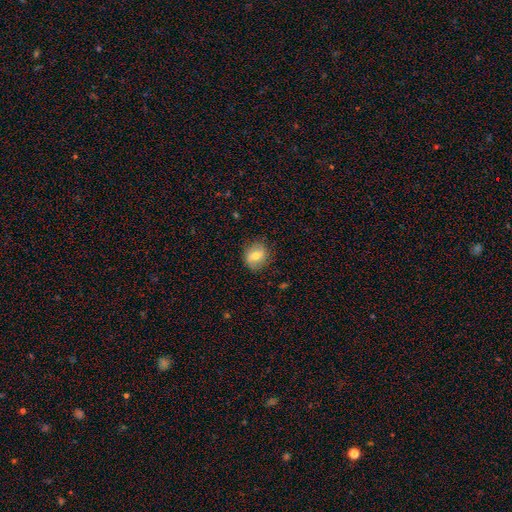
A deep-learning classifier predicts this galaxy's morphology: Smooth or featured? Predicted: smooth (p=0.61). How rounded? Predicted: round (p=0.68). Merging? Predicted: none (p=0.82).